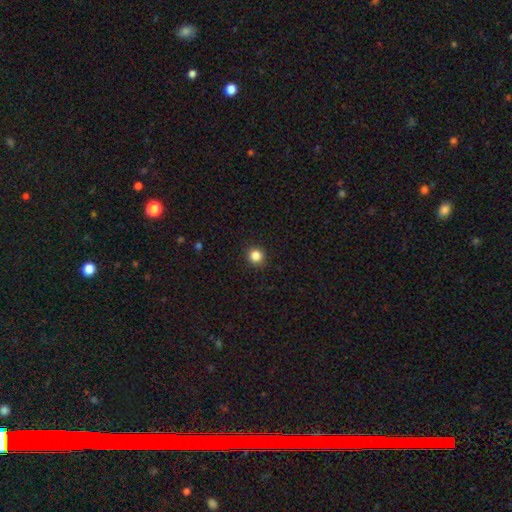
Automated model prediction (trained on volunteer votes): Smooth or featured? smooth (84%)
How rounded? round (93%)
Merging? none (92%)